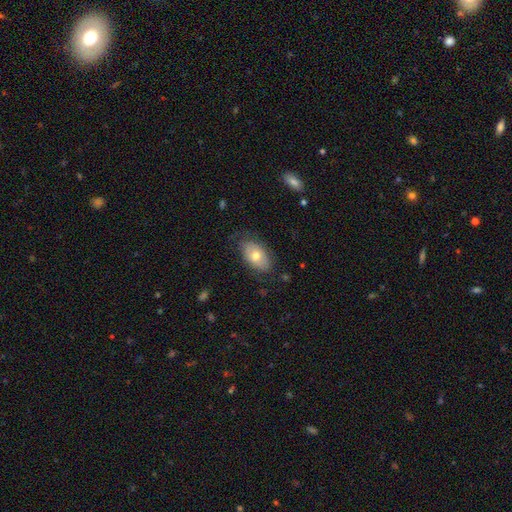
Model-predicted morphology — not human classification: Smooth or featured? smooth (66%)
How rounded? in between (91%)
Merging? none (72%)